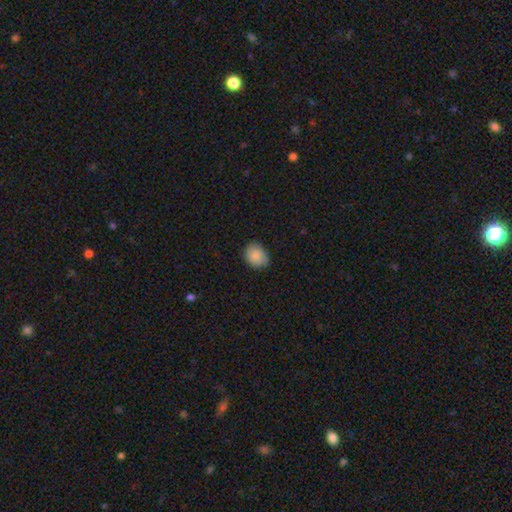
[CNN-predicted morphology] This is clearly a smooth galaxy (87%). How rounded: possibly in between (51%). Merging: likely none (79%).